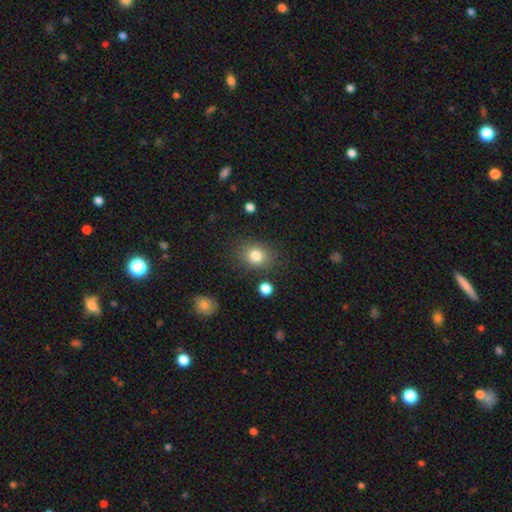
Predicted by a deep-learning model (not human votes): Q: Smooth or featured?
A: smooth (81%); runner-up: star or artifact (11%)
Q: How rounded?
A: round (54%); runner-up: in between (45%)
Q: Merging?
A: none (82%); runner-up: minor disturbance (11%)